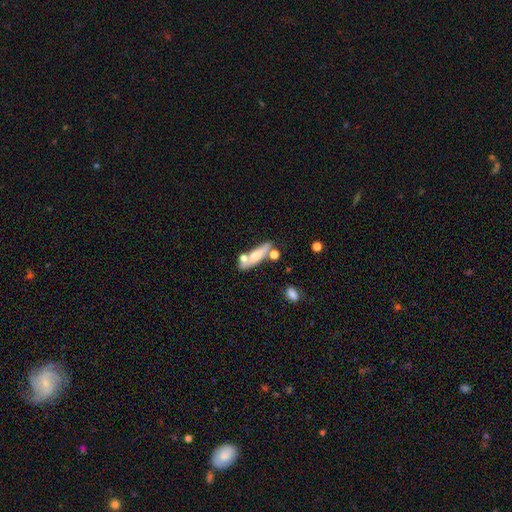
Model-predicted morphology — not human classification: smooth_or_featured: smooth (p=0.61) [alt: featured or disk p=0.32]
how_rounded: cigar-shaped (p=0.61) [alt: in between p=0.35]
merging: none (p=0.53) [alt: merger p=0.21]